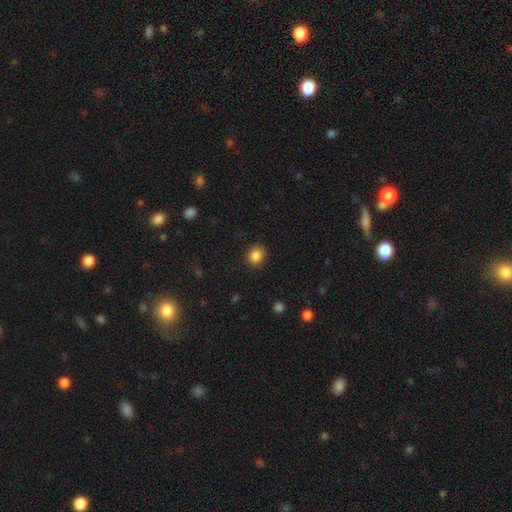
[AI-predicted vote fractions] Smooth or featured?
  - smooth: 86% *
  - star or artifact: 10%
  - featured or disk: 4%
How rounded?
  - round: 77% *
  - in between: 23%
  - cigar-shaped: 1%
Merging?
  - none: 88% *
  - minor disturbance: 9%
  - major disturbance: 2%
  - merger: 1%